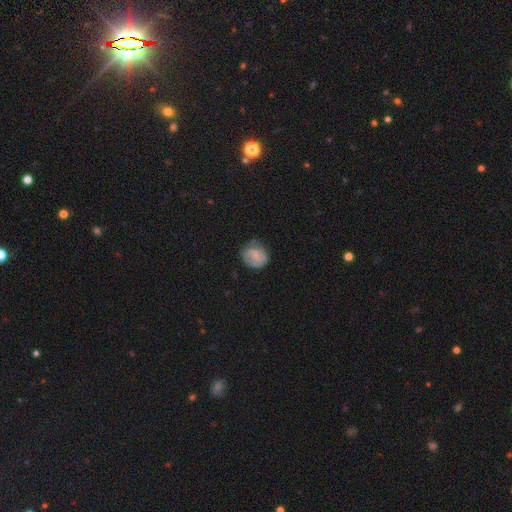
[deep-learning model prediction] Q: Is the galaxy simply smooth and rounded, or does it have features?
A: smooth — 59%.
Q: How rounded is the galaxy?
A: round — 75%.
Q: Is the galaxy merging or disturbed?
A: none — 60%.